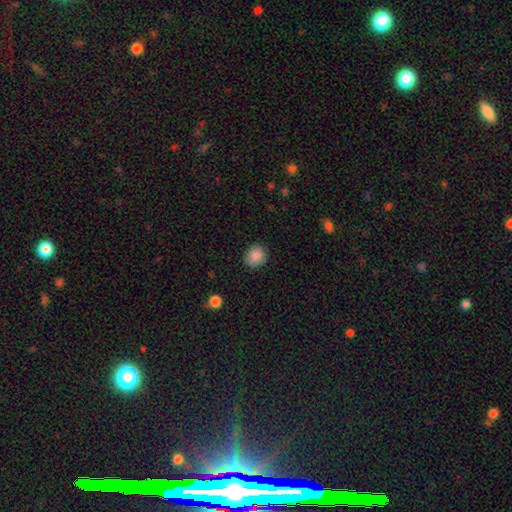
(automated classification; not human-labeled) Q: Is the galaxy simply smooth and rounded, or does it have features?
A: smooth — 88%.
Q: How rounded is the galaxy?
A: round — 76%.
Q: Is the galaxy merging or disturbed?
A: none — 86%.